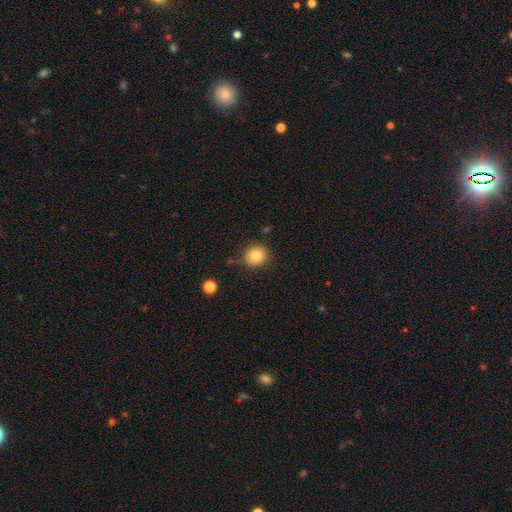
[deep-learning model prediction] smooth-or-featured: smooth: 83% | star or artifact: 9% | featured or disk: 7%
  how-rounded: round: 82% | in between: 17% | cigar-shaped: 1%
  merging: none: 86% | minor disturbance: 10% | major disturbance: 3% | merger: 2%